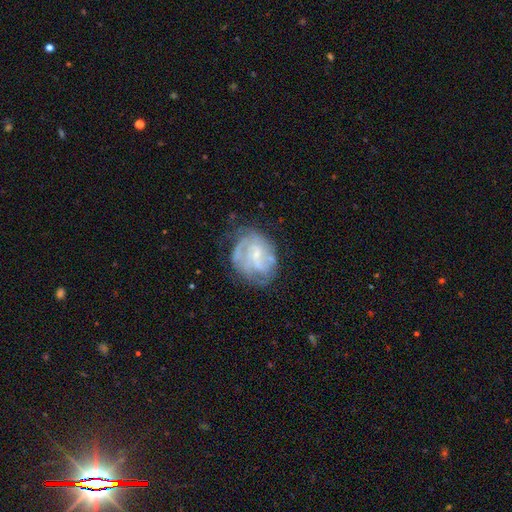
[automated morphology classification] featured or disk 71%, smooth 22%, star or artifact 8%. Down the decision tree: edge-on disk — no (98%); bar — no (50%); spiral arms — yes (68%); bulge size — small (57%); merging — none (52%).